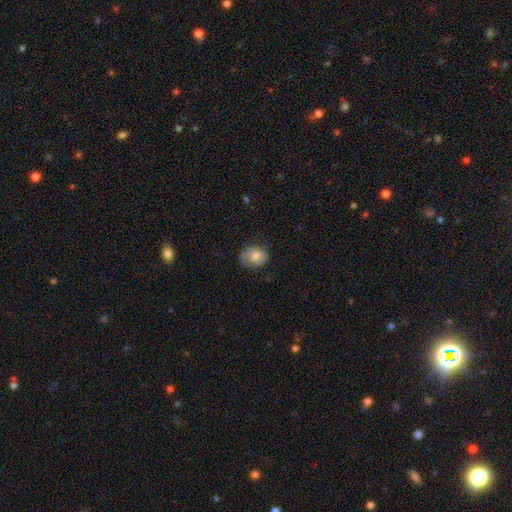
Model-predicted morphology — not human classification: Smooth or featured? smooth (70%)
How rounded? round (54%)
Merging? none (59%)